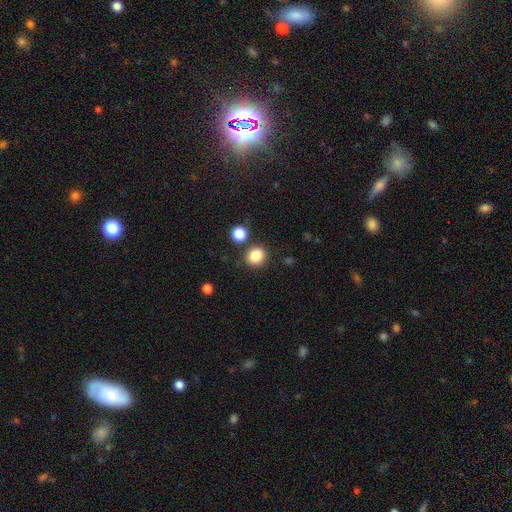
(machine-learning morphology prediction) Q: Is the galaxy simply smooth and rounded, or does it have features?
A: smooth — 84%.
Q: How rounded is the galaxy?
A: round — 84%.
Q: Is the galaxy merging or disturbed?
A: none — 81%.